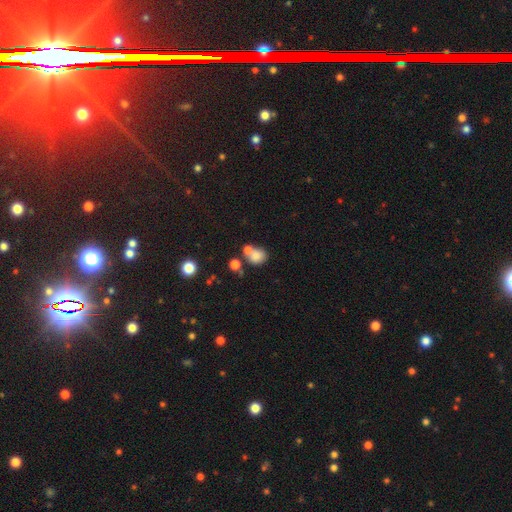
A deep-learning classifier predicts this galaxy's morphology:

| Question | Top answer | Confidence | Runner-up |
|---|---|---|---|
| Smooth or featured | smooth | 78% | star or artifact (12%) |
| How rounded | round | 67% | in between (32%) |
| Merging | none | 43% | merger (38%) |